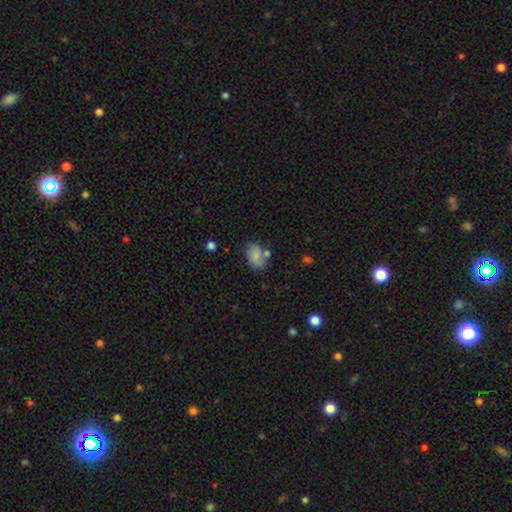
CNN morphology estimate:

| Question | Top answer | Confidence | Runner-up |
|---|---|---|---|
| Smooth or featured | smooth | 76% | featured or disk (16%) |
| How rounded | in between | 84% | round (14%) |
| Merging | none | 58% | minor disturbance (21%) |